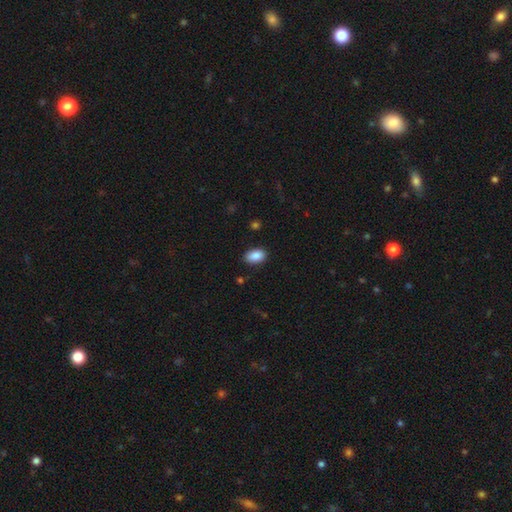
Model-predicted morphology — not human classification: This is clearly a smooth galaxy (88%). How rounded: clearly in between (91%). Merging: clearly none (86%).